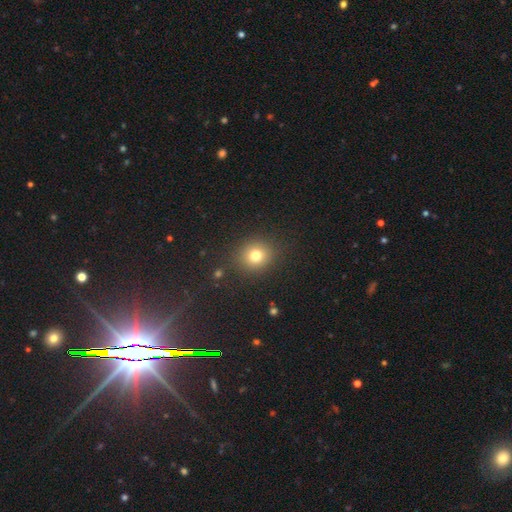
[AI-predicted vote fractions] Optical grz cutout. It shows a smooth galaxy with no disk features (77%) that is round (81%). Merging: none (87%).